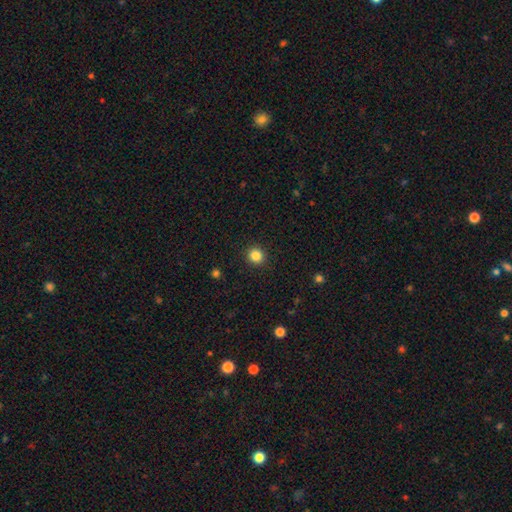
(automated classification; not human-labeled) Smooth or featured?
  - smooth: 85% *
  - star or artifact: 11%
  - featured or disk: 4%
How rounded?
  - round: 89% *
  - in between: 10%
  - cigar-shaped: 1%
Merging?
  - none: 92% *
  - minor disturbance: 5%
  - major disturbance: 2%
  - merger: 1%